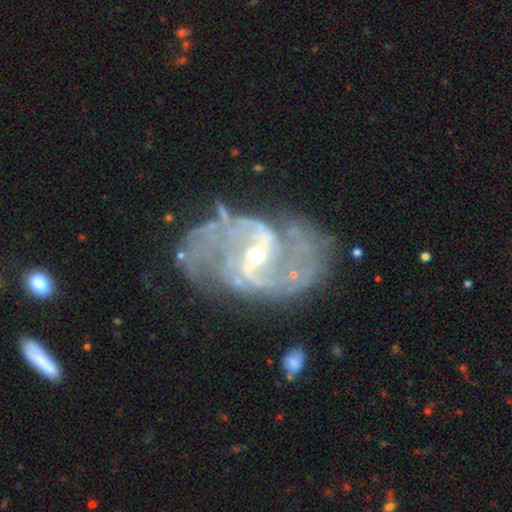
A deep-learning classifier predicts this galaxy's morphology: The model was most divided on "bar": weak: 47%, strong: 36%, no: 17%. Remaining: edge-on disk — no (98%); spiral arms — yes (97%); smooth or featured — featured or disk (91%); spiral arm count — 2 (76%); bulge size — small (67%); merging — none (65%); spiral winding — medium (46%).